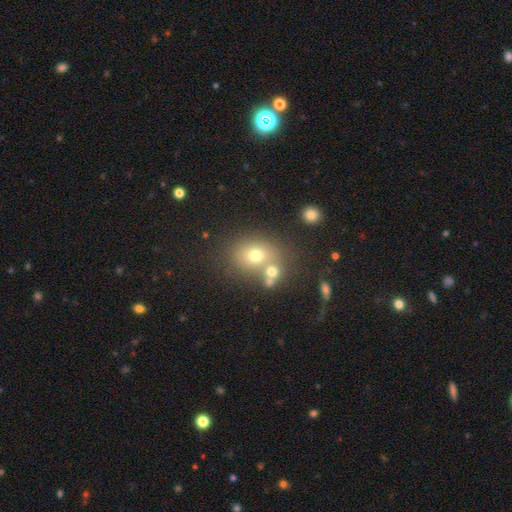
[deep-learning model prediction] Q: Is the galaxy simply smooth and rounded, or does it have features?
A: smooth — 68%.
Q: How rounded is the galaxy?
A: round — 62%.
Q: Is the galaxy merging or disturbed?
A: none — 51%.